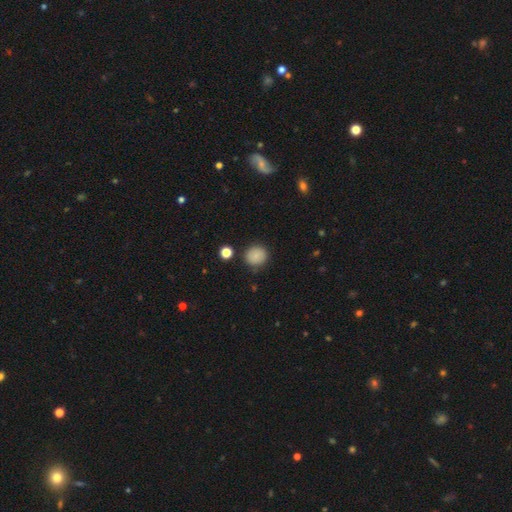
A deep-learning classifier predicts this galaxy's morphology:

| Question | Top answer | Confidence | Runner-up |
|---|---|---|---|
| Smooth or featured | smooth | 86% | star or artifact (9%) |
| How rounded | round | 87% | in between (12%) |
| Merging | none | 85% | minor disturbance (10%) |